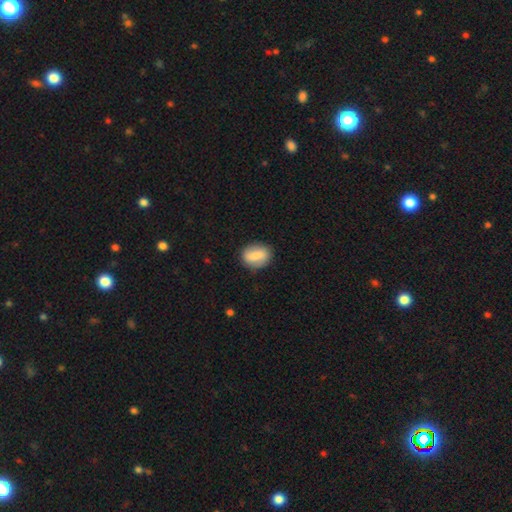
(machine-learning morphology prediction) smooth 75%, featured or disk 18%, star or artifact 7%. Down the decision tree: how rounded — in between (69%); merging — none (80%).